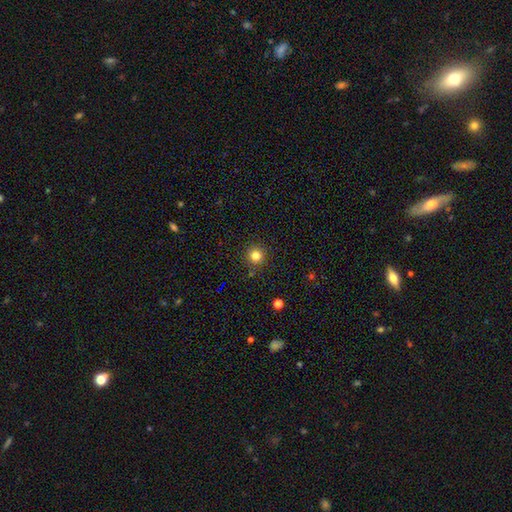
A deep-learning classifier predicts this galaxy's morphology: type=smooth (80%); roundness=round (94%); merging=none (88%).